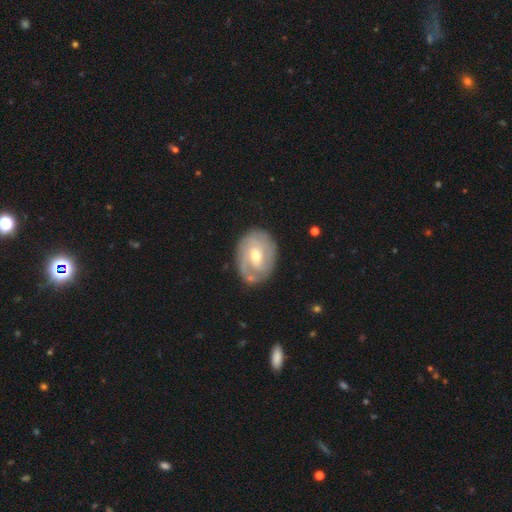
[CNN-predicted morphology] Q: Smooth or featured?
A: featured or disk (77%); runner-up: smooth (18%)
Q: Edge-on disk?
A: no (96%); runner-up: yes (4%)
Q: Bar?
A: no (46%); runner-up: weak (43%)
Q: Spiral arms?
A: yes (88%); runner-up: no (12%)
Q: Spiral winding?
A: tight (60%); runner-up: medium (30%)
Q: Spiral arm count?
A: 2 (41%); runner-up: can't tell (30%)
Q: Bulge size?
A: moderate (58%); runner-up: small (38%)
Q: Merging?
A: none (74%); runner-up: minor disturbance (18%)